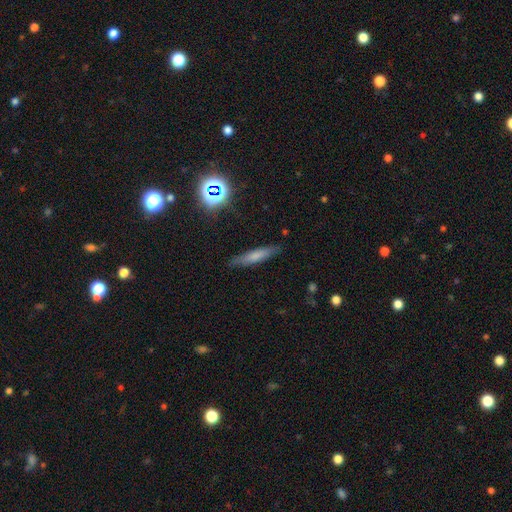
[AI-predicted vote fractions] The model was most divided on "smooth or featured": smooth: 65%, featured or disk: 24%, star or artifact: 11%. More confident: how rounded — cigar-shaped (86%); merging — none (85%).